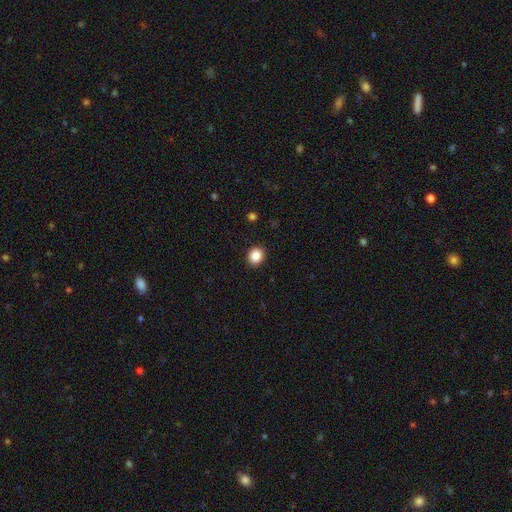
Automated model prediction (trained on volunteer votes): Smooth or featured? Predicted: smooth (p=0.87). How rounded? Predicted: round (p=0.69). Merging? Predicted: none (p=0.91).